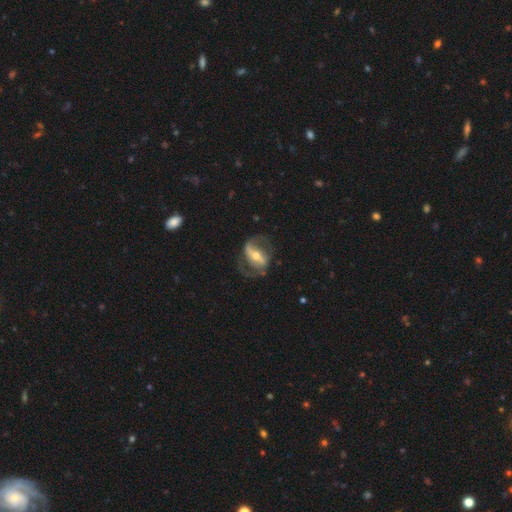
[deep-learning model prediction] Smooth or featured: featured or disk — 82% (smooth — 12%)
Edge-on disk: no — 93% (yes — 7%)
Bar: strong — 61% (weak — 26%)
Spiral arms: yes — 87% (no — 13%)
Spiral winding: medium — 45% (loose — 38%)
Spiral arm count: 2 — 86% (can't tell — 6%)
Bulge size: moderate — 58% (small — 34%)
Merging: none — 65% (minor disturbance — 17%)